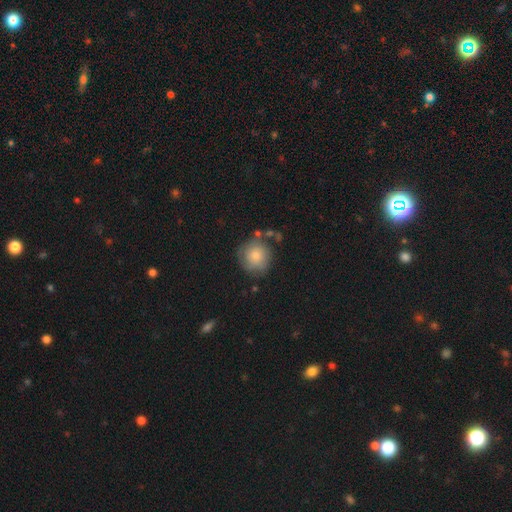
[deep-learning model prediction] smooth 75%, featured or disk 17%, star or artifact 7%. Down the decision tree: how rounded — round (91%); merging — none (66%).